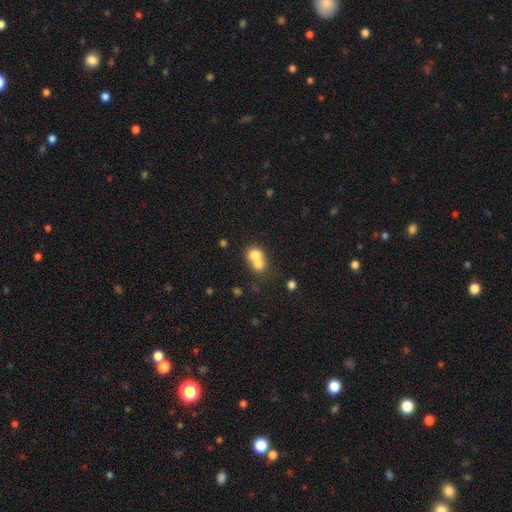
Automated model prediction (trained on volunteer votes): smooth 74%, featured or disk 16%, star or artifact 10%. Down the decision tree: how rounded — round (66%); merging — merger (69%).